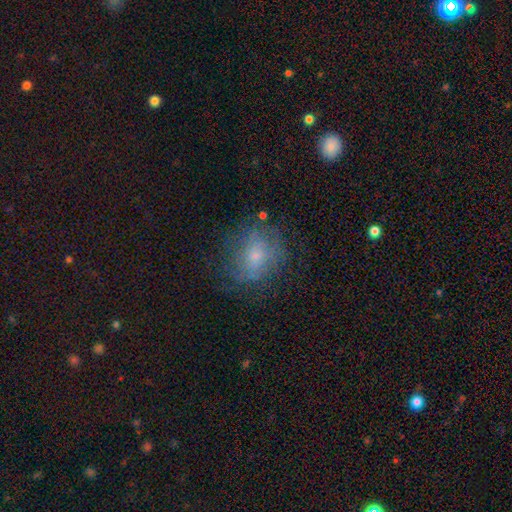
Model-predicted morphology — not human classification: Overall: smooth (50%; featured or disk 38%). Merging: none (62%).